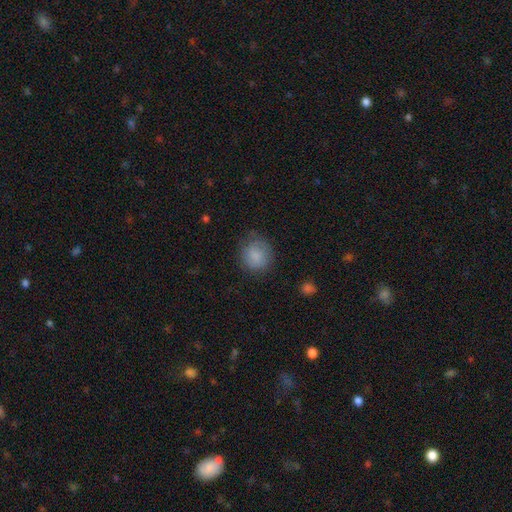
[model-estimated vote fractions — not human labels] smooth-or-featured: smooth: 82% | featured or disk: 11% | star or artifact: 8%
  how-rounded: round: 86% | in between: 13% | cigar-shaped: 1%
  merging: none: 74% | minor disturbance: 18% | major disturbance: 6% | merger: 1%